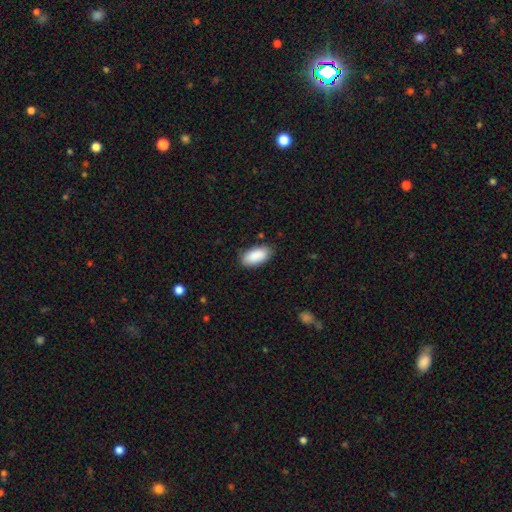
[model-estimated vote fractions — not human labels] smooth_or_featured: smooth (p=0.90) [alt: star or artifact p=0.06]
how_rounded: in between (p=0.94) [alt: cigar-shaped p=0.04]
merging: none (p=0.82) [alt: minor disturbance p=0.14]